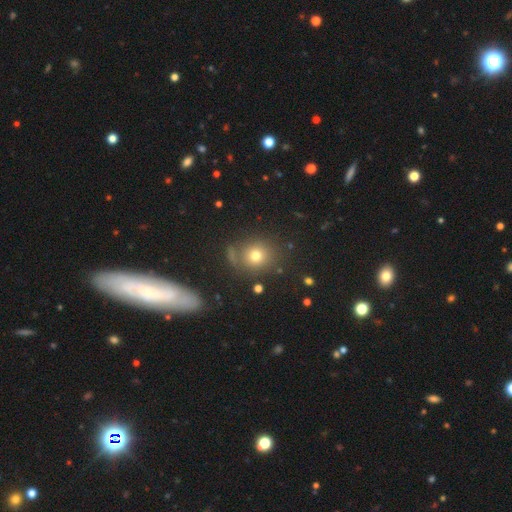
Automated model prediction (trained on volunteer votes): A smooth galaxy with no disk features (73%) that is round (83%). Merging: none (77%).